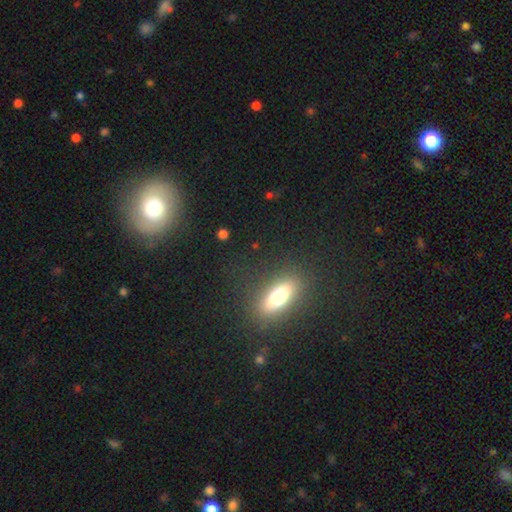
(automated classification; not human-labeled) smooth-or-featured: smooth: 51% | featured or disk: 27% | star or artifact: 22%
  how-rounded: in between: 54% | cigar-shaped: 32% | round: 14%
  merging: none: 86% | minor disturbance: 8% | major disturbance: 3% | merger: 3%